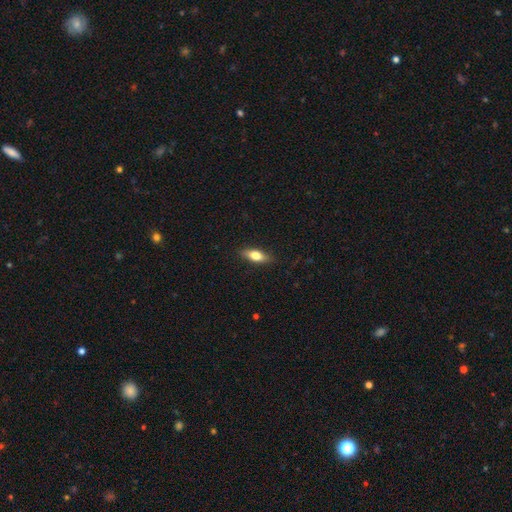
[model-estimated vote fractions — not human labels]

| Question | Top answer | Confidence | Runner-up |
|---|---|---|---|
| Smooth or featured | smooth | 68% | featured or disk (25%) |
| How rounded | in between | 69% | cigar-shaped (27%) |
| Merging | none | 86% | minor disturbance (10%) |